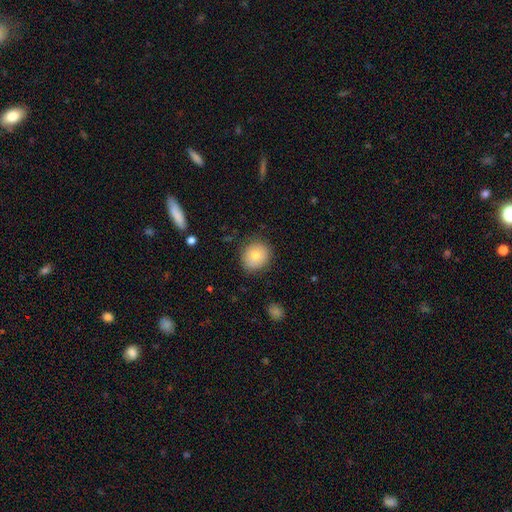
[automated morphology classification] The model was most divided on "how rounded": round: 78%, in between: 21%, cigar-shaped: 1%. More confident: merging — none (85%); smooth or featured — smooth (79%).